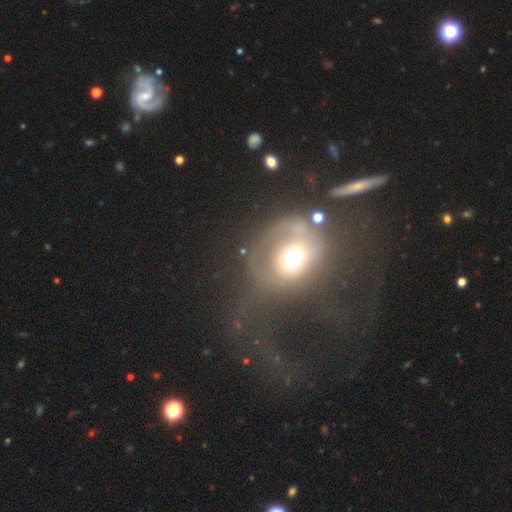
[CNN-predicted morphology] Smooth or featured: featured or disk — 45% (smooth — 38%)
Merging: major disturbance — 61% (none — 18%)